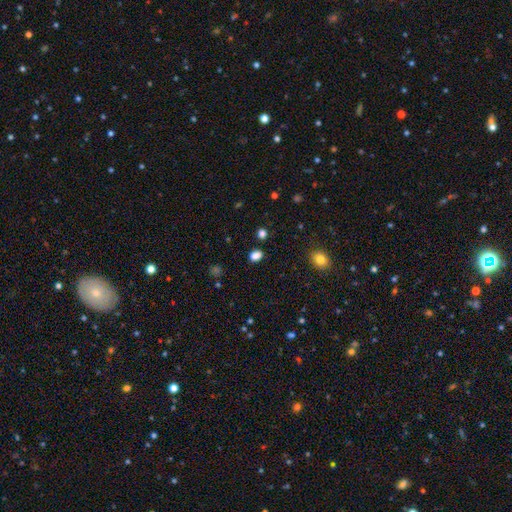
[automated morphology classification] Q: Smooth or featured?
A: smooth (81%); runner-up: star or artifact (15%)
Q: How rounded?
A: in between (71%); runner-up: round (27%)
Q: Merging?
A: none (86%); runner-up: minor disturbance (9%)